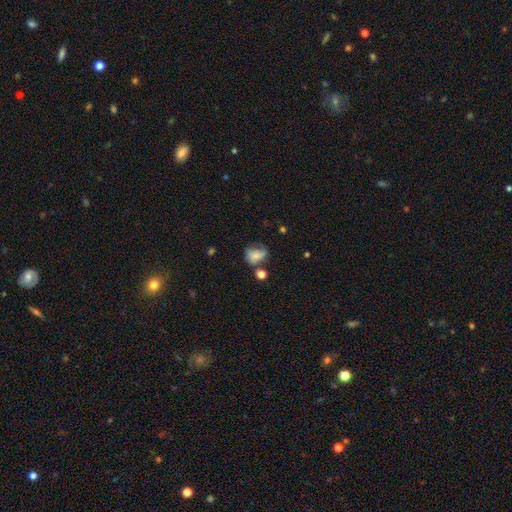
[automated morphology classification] Overall: smooth (60%; featured or disk 29%). How rounded: in between (52%; round 46%). Merging: none (34%; minor disturbance 28%).